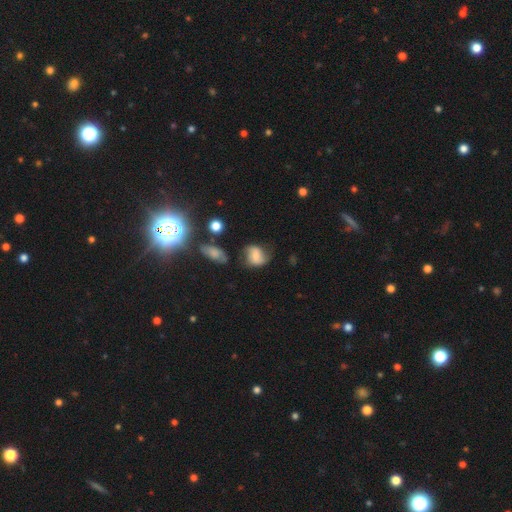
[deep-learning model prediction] smooth 49%, featured or disk 40%, star or artifact 11%. Down the decision tree: merging — none (56%).